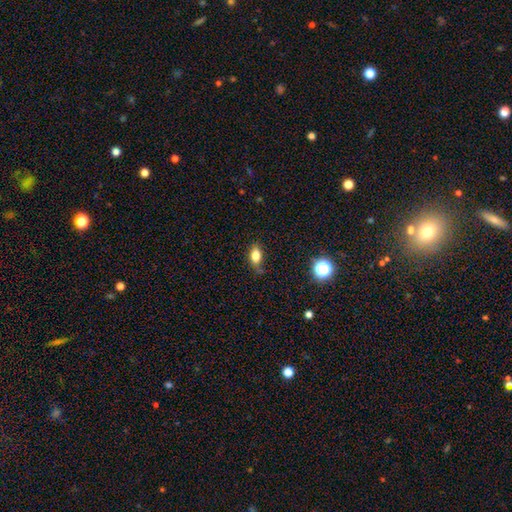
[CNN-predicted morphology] Smooth or featured? Predicted: smooth (p=0.77). How rounded? Predicted: in between (p=0.81). Merging? Predicted: none (p=0.68).